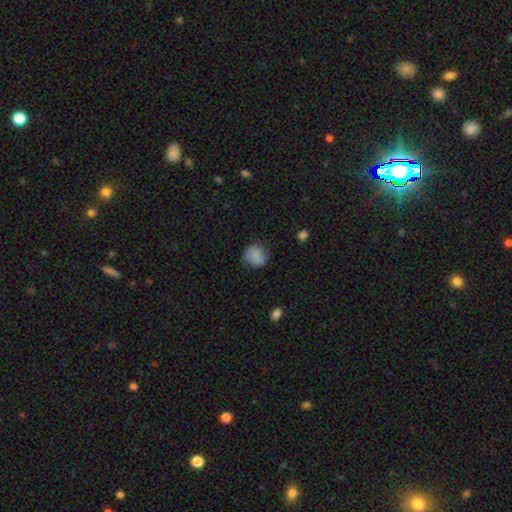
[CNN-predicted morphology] This appears to be a smooth galaxy with no disk features (69%) that is round (83%). Merging: none (73%).